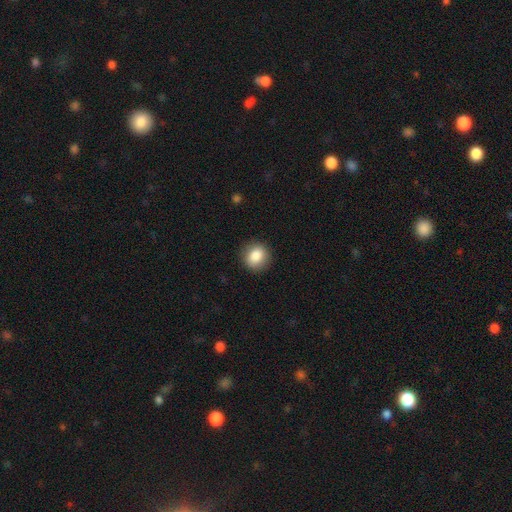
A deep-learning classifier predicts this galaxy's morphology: Overall: smooth (85%). How rounded: round (80%). Merging: none (88%).